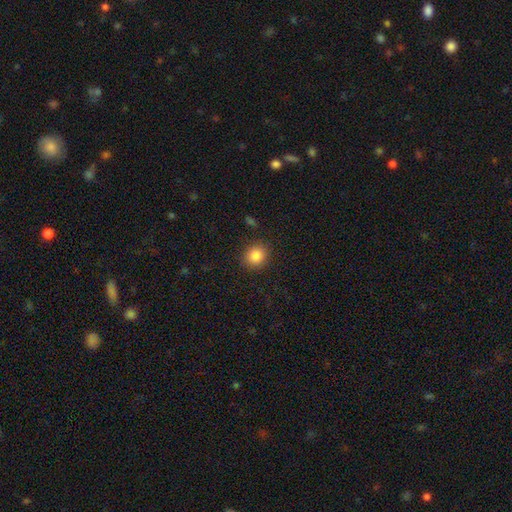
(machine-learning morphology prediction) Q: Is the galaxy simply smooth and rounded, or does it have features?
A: smooth — 86%.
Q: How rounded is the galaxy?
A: round — 82%.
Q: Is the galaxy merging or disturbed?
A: none — 88%.